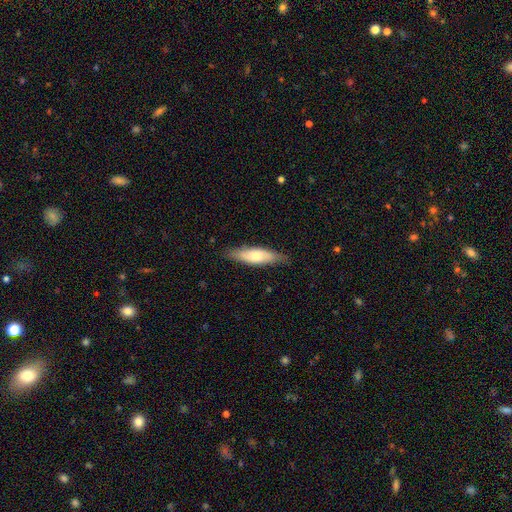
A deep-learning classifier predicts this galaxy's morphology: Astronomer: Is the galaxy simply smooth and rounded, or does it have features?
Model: smooth — 60%.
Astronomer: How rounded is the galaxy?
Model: cigar-shaped — 54% (runner-up: in between, 44%).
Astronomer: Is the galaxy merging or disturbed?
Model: none — 81%.